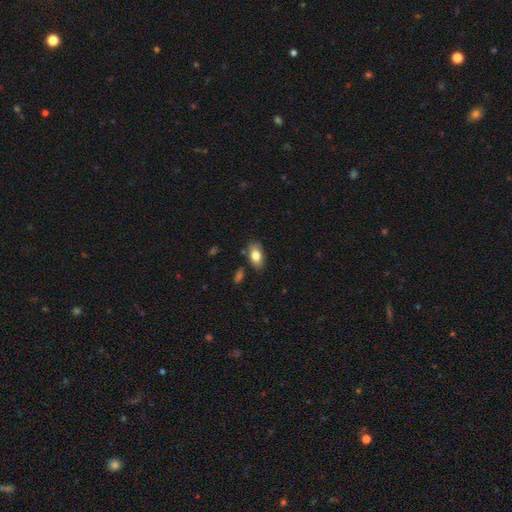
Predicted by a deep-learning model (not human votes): smooth 80%, featured or disk 13%, star or artifact 7%. Down the decision tree: how rounded — in between (90%); merging — none (79%).